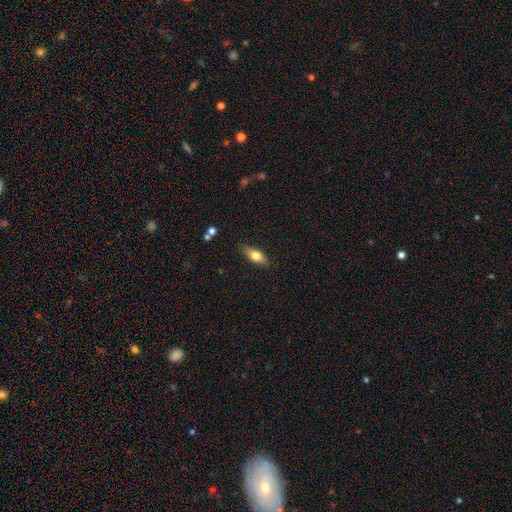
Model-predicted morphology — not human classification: This appears to be a smooth galaxy with no disk features (69%) that is in between round and cigar-shaped (73%). Merging: none (82%).